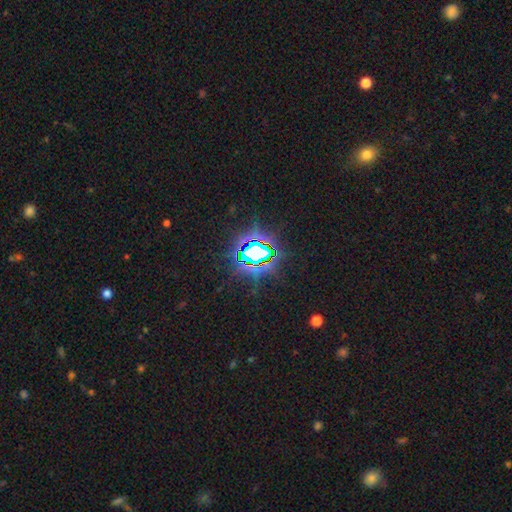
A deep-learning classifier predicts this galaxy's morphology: This is likely a star or artifact rather than a galaxy (80%).